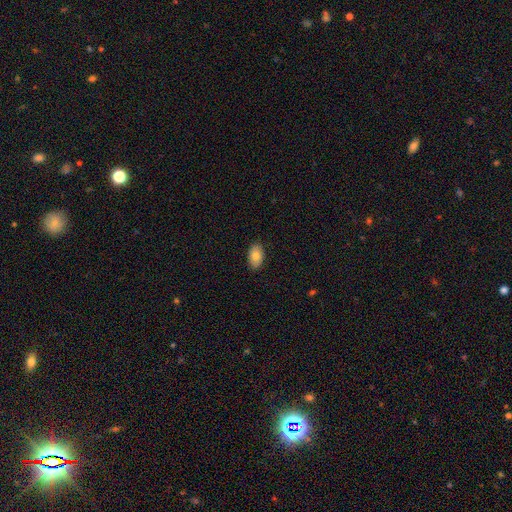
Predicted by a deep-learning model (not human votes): Smooth or featured?
  - smooth: 79% *
  - featured or disk: 14%
  - star or artifact: 7%
How rounded?
  - in between: 92% *
  - round: 7%
  - cigar-shaped: 1%
Merging?
  - none: 89% *
  - minor disturbance: 9%
  - major disturbance: 2%
  - merger: 1%